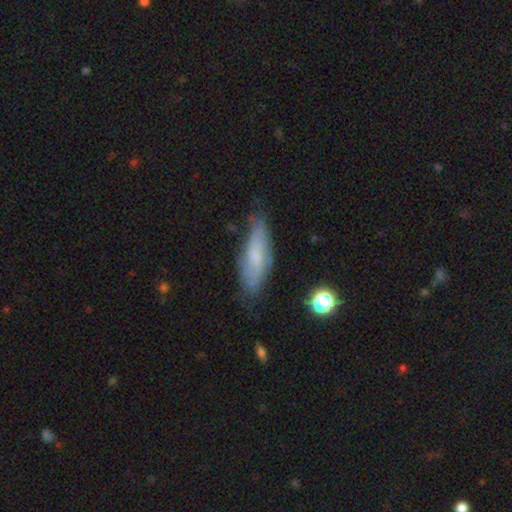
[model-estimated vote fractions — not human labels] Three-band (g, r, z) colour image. It shows a smooth galaxy with no disk features (57%) that is in between round and cigar-shaped (53%). Merging: none (65%).